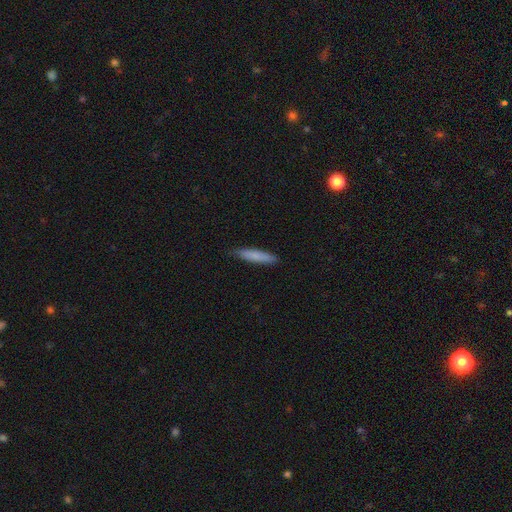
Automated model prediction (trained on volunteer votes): smooth 80%, featured or disk 14%, star or artifact 6%. Down the decision tree: how rounded — cigar-shaped (86%); merging — none (85%).